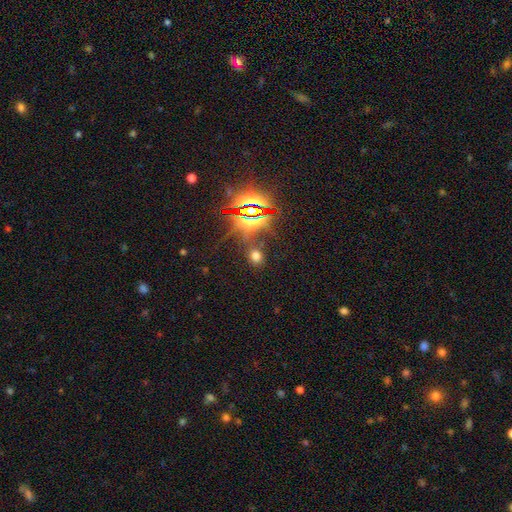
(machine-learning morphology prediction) Overall: smooth (55%; star or artifact 39%). How rounded: round (64%; in between 34%). Merging: none (78%).